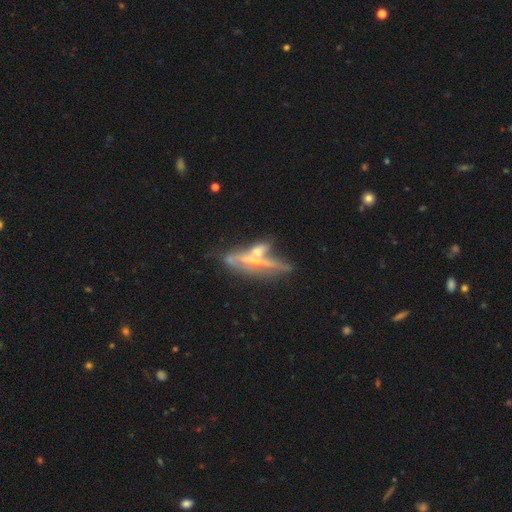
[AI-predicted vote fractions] This is likely a featured or disk galaxy (62%). It is likely viewed edge-on (75%). Merging: marginally merger (39%).